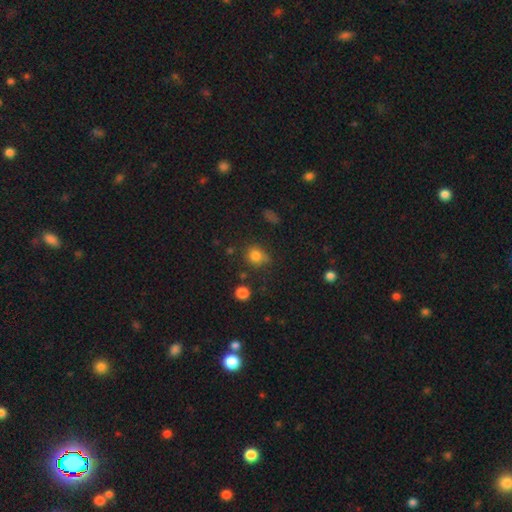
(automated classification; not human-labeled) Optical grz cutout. It shows a smooth galaxy with no disk features (81%) that is round (70%). Merging: none (63%).